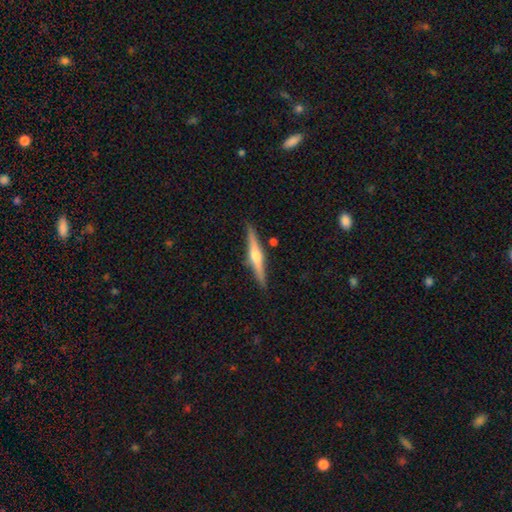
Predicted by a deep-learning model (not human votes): smooth_or_featured: featured or disk (p=0.70) [alt: smooth p=0.24]
disk_edge_on: yes (p=0.98) [alt: no p=0.02]
edge_on_bulge: rounded (p=0.92) [alt: none p=0.04]
merging: none (p=0.89) [alt: minor disturbance p=0.08]